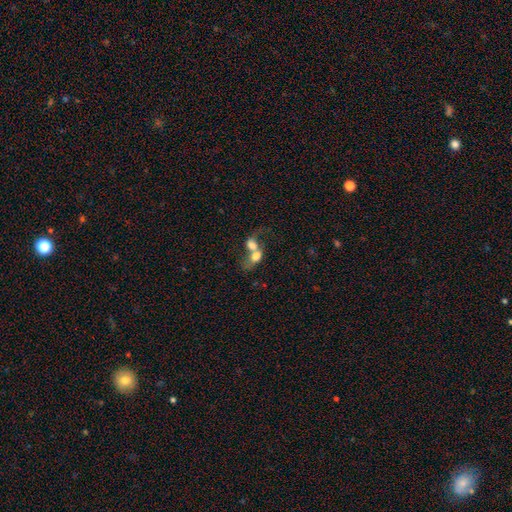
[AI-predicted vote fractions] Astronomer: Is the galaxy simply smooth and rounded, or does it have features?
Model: smooth — 63%.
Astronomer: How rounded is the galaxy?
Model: in between — 62%.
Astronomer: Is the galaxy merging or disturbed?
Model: merger — 80%.